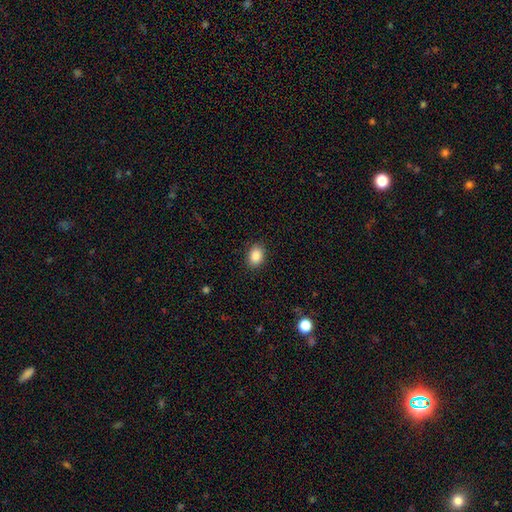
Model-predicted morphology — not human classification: smooth 88%, star or artifact 8%, featured or disk 4%. Down the decision tree: how rounded — in between (72%); merging — none (88%).